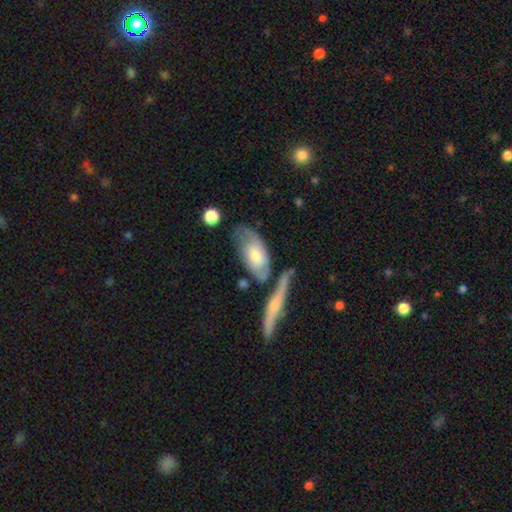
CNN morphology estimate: smooth-or-featured: smooth: 47% (tied) | featured or disk: 47% (tied) | star or artifact: 5%
  merging: none: 50% | minor disturbance: 23% | merger: 18% | major disturbance: 9%